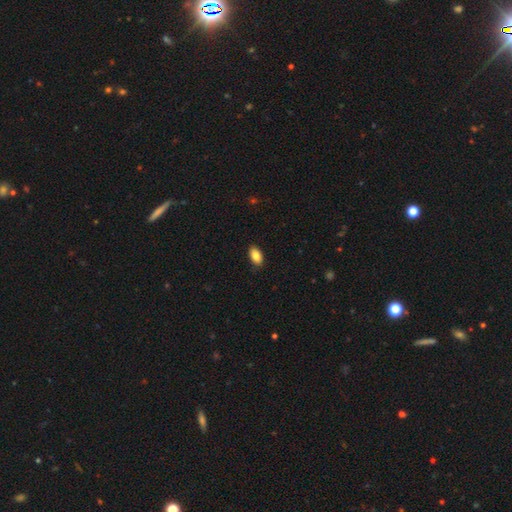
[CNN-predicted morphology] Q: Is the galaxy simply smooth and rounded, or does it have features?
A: smooth — 86%.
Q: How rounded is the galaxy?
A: in between — 93%.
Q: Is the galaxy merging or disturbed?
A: none — 88%.